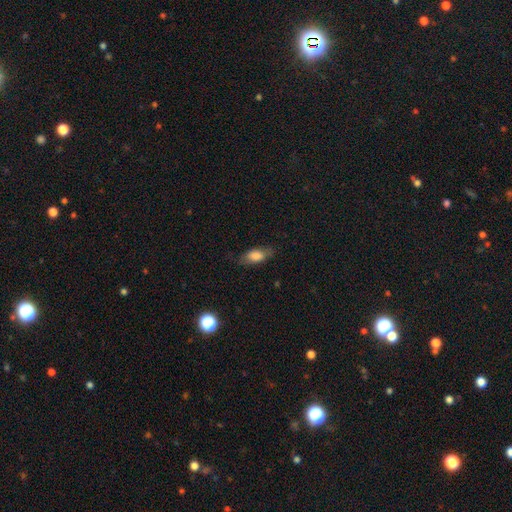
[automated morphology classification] Smooth or featured? Predicted: smooth (p=0.75). How rounded? Predicted: in between (p=0.82). Merging? Predicted: none (p=0.74).